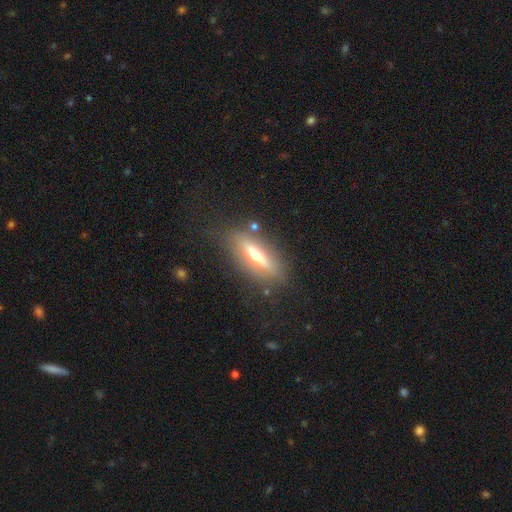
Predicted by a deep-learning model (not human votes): featured or disk 59%, smooth 34%, star or artifact 7%. Down the decision tree: edge-on disk — yes (83%); merging — none (79%).